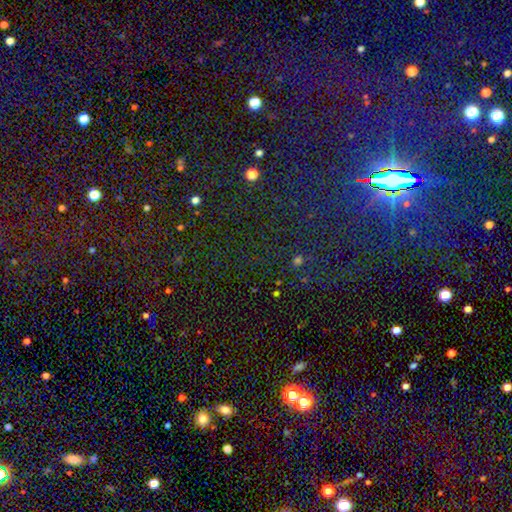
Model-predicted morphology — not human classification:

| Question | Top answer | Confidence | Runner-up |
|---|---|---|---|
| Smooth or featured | star or artifact | 84% | smooth (10%) |